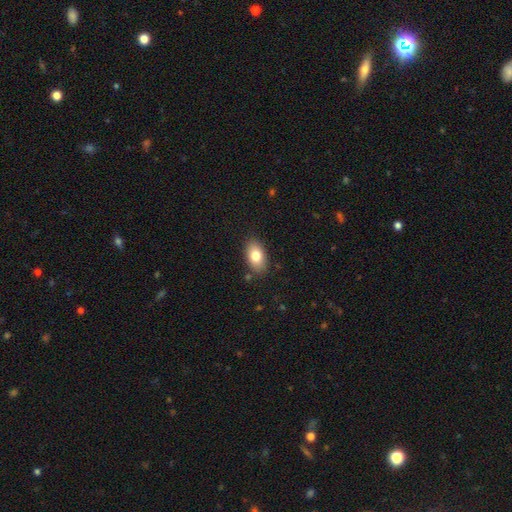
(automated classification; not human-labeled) Smooth or featured: smooth — 80% (featured or disk — 12%)
How rounded: in between — 91% (round — 7%)
Merging: none — 86% (minor disturbance — 10%)